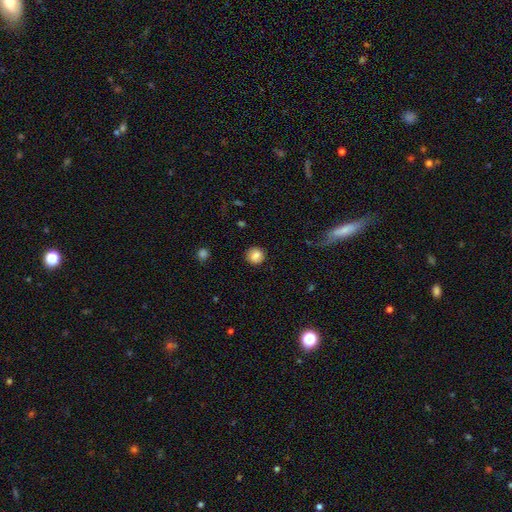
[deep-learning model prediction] Smooth or featured? Predicted: smooth (p=0.84). How rounded? Predicted: round (p=0.88). Merging? Predicted: none (p=0.88).